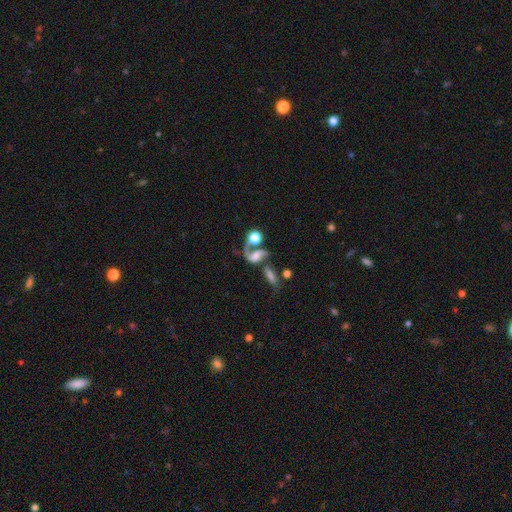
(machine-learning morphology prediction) The model was most divided on "bulge size": moderate: 31%, large: 23%, small: 21%, none: 19%, dominant: 6%. Remaining: edge-on disk — no (95%); spiral arms — yes (84%); smooth or featured — featured or disk (61%); bar — no (58%); merging — merger (44%).